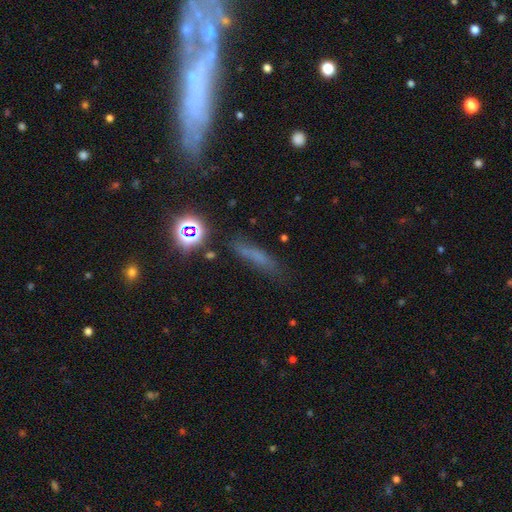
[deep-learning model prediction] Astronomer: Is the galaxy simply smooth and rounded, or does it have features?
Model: smooth — 59%.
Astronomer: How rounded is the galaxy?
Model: cigar-shaped — 73%.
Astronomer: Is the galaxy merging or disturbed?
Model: none — 67%.